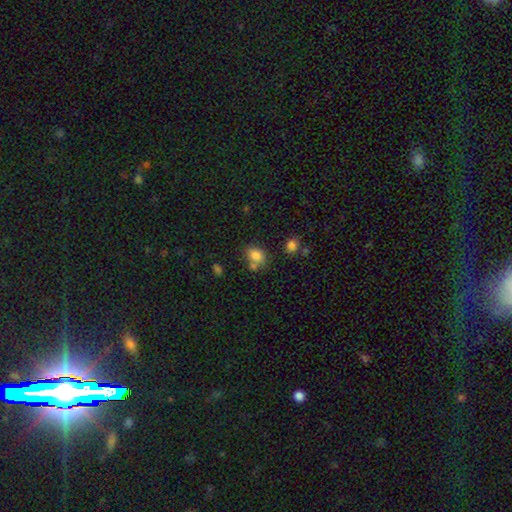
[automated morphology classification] Smooth or featured?
  - smooth: 81% *
  - star or artifact: 11%
  - featured or disk: 8%
How rounded?
  - in between: 64% *
  - round: 35%
  - cigar-shaped: 1%
Merging?
  - none: 54% *
  - merger: 25%
  - minor disturbance: 16%
  - major disturbance: 6%